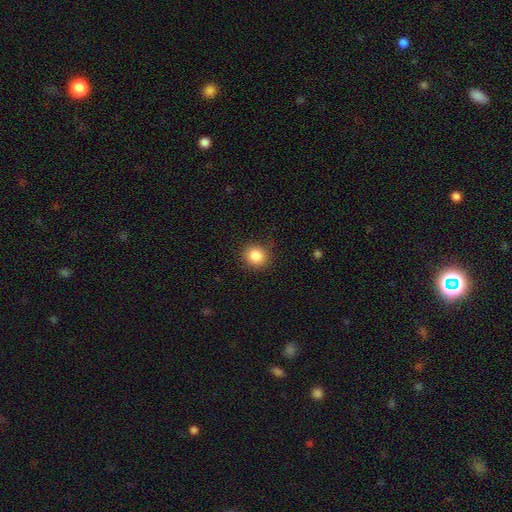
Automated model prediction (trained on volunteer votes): The model was most divided on "how rounded": round: 81%, in between: 18%, cigar-shaped: 1%. More confident: merging — none (87%); smooth or featured — smooth (86%).